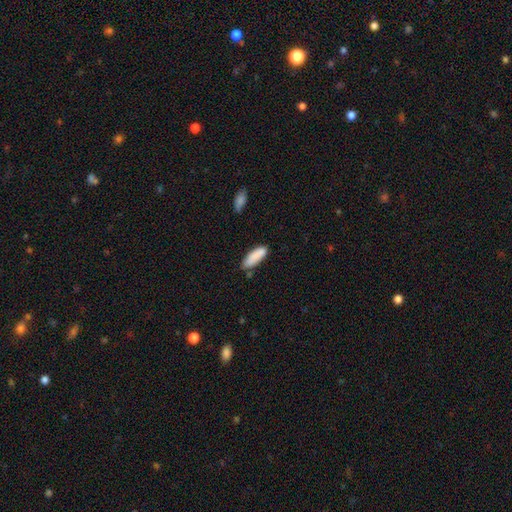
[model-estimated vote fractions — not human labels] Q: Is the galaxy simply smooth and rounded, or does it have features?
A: smooth — 87%.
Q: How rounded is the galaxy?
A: in between — 57%.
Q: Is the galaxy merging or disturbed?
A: none — 69%.